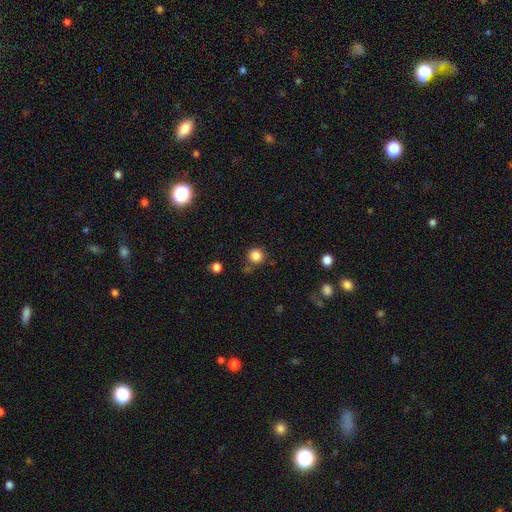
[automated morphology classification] Overall: smooth (84%). How rounded: round (95%). Merging: none (82%).